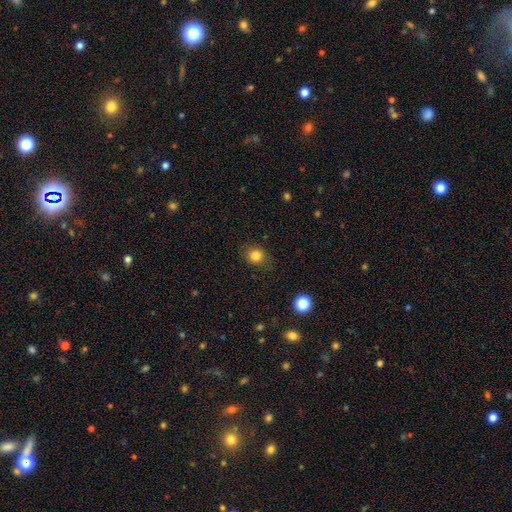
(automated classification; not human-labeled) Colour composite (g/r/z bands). It shows a smooth galaxy with no disk features (82%) that is round (74%). Merging: none (85%).